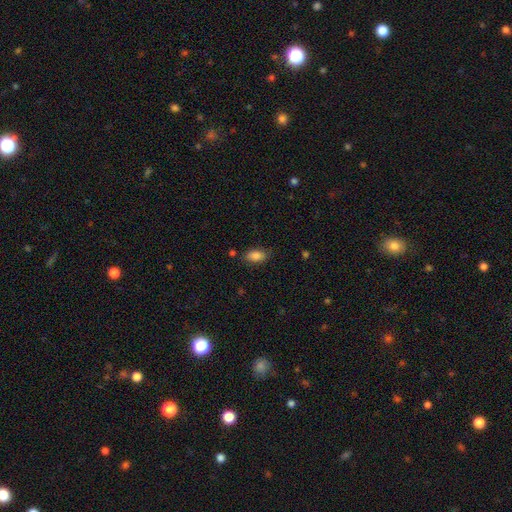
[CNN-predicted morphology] Q: Smooth or featured?
A: smooth (85%); runner-up: star or artifact (8%)
Q: How rounded?
A: in between (91%); runner-up: round (5%)
Q: Merging?
A: none (79%); runner-up: minor disturbance (15%)